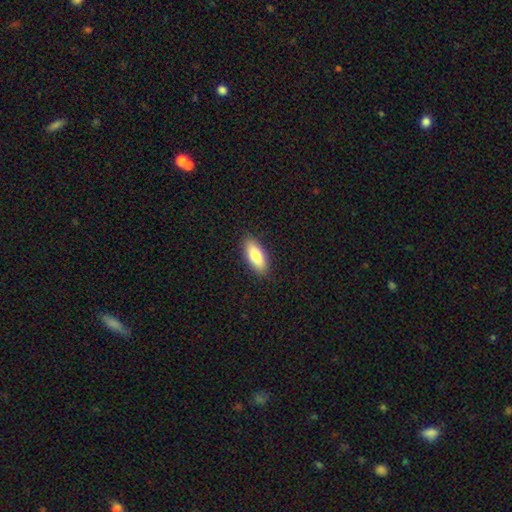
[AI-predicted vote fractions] This is likely a smooth galaxy (80%). How rounded: likely in between (78%). Merging: clearly none (88%).